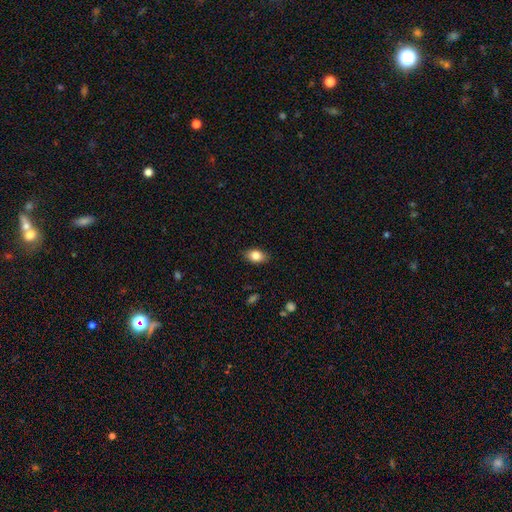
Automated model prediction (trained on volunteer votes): Overall: smooth (83%). How rounded: in between (85%). Merging: none (86%).